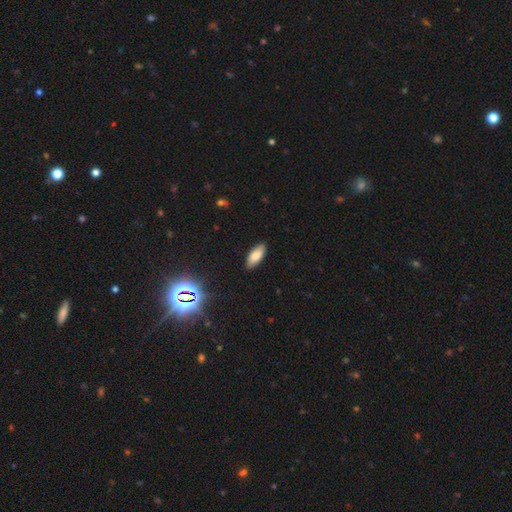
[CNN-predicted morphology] smooth_or_featured: smooth (p=0.82) [alt: featured or disk p=0.10]
how_rounded: in between (p=0.82) [alt: cigar-shaped p=0.16]
merging: none (p=0.87) [alt: minor disturbance p=0.10]